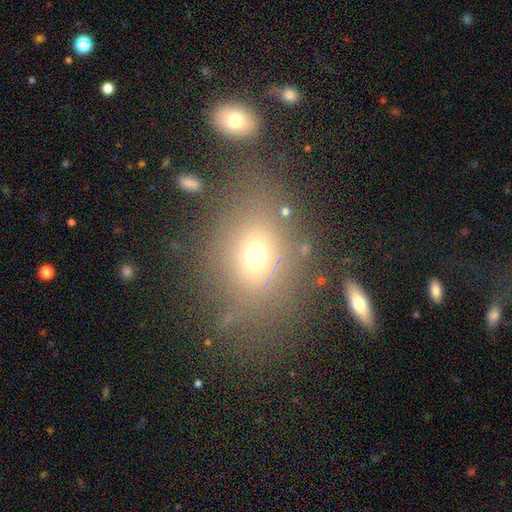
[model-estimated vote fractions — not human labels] A smooth galaxy with no disk features (64%) that is in between round and cigar-shaped (62%). Merging: none (69%).